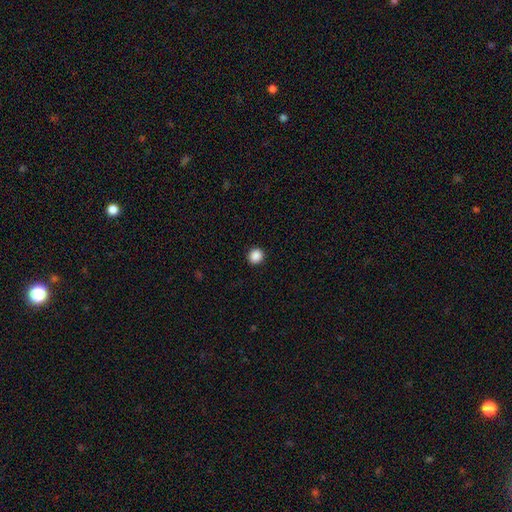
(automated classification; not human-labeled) A smooth galaxy with no disk features (88%) that is round (91%). Merging: none (93%).